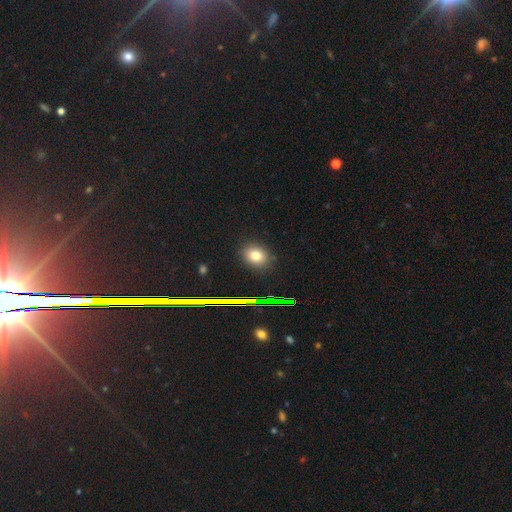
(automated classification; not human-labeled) smooth_or_featured: smooth (p=0.76) [alt: star or artifact p=0.16]
how_rounded: round (p=0.58) [alt: in between p=0.40]
merging: none (p=0.88) [alt: minor disturbance p=0.08]